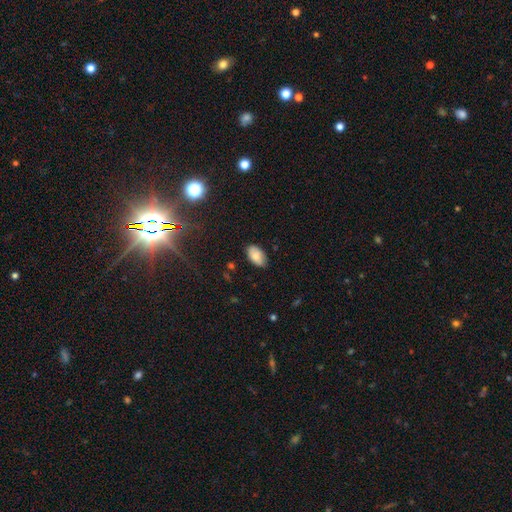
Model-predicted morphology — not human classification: Smooth or featured? smooth (77%)
How rounded? in between (94%)
Merging? none (80%)